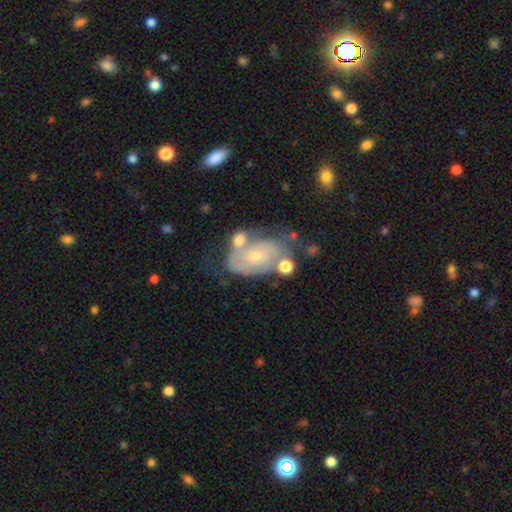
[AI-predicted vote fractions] smooth_or_featured: featured or disk (p=0.60) [alt: smooth p=0.33]
disk_edge_on: no (p=0.95) [alt: yes p=0.05]
bar: no (p=0.77) [alt: weak p=0.19]
has_spiral_arms: yes (p=0.60) [alt: no p=0.40]
bulge_size: small (p=0.68) [alt: moderate p=0.27]
merging: none (p=0.40) [alt: minor disturbance p=0.24]